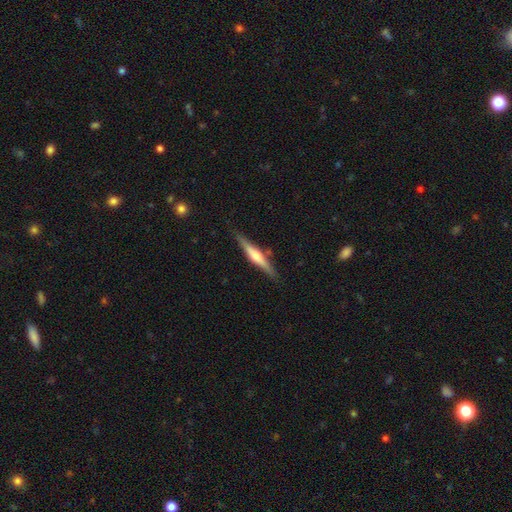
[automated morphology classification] This appears to be a featured or disk galaxy (66%) viewed edge-on (97%) with a rounded central bulge (79%). Merging: none (86%).